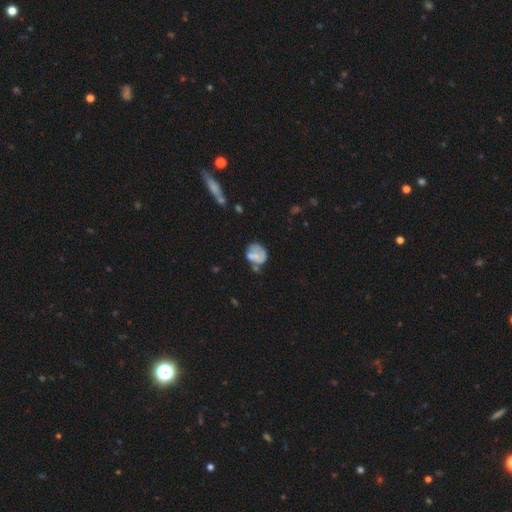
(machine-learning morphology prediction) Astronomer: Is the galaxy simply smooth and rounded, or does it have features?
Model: smooth — 53% (runner-up: featured or disk, 38%).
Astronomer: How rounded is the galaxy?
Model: round — 57% (runner-up: in between, 42%).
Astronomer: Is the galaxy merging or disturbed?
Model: none — 38% (runner-up: minor disturbance, 28%).